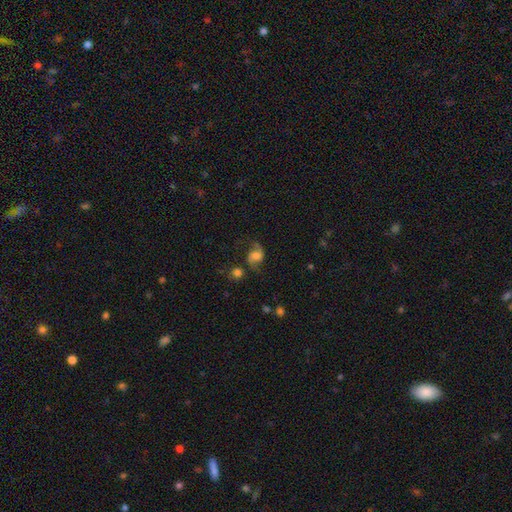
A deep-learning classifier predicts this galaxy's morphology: smooth-or-featured: featured or disk: 67% | smooth: 22% | star or artifact: 11%
  disk-edge-on: no: 97% | yes: 3%
    bar: no: 46% | weak: 42% | strong: 12%
    has-spiral-arms: yes: 93% | no: 7%
      spiral-winding: loose: 65% | medium: 29% | tight: 6%
      spiral-arm-count: 2: 88% | 1: 6% | can't tell: 3% | 3: 1% | 4: 1% | more than 4: 1%
    bulge-size: moderate: 38% | large: 23% | small: 21% | none: 14% | dominant: 4%
  merging: none: 62% | minor disturbance: 17% | major disturbance: 14% | merger: 7%